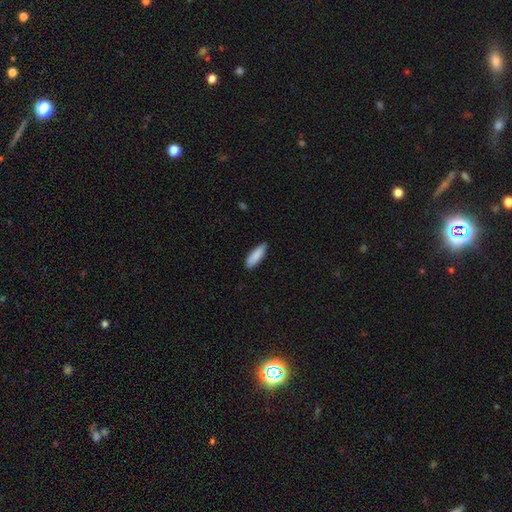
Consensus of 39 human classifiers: A smooth galaxy with no disk features (95%) that is in between round and cigar-shaped (51%). Merging: none (66%).